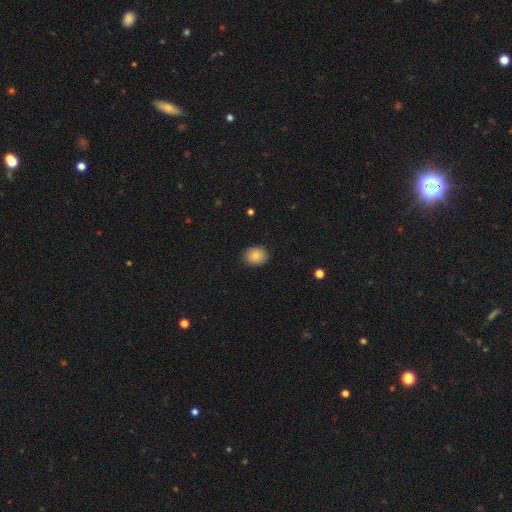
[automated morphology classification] This is clearly a smooth galaxy (82%). How rounded: possibly round (55%). Merging: clearly none (86%).